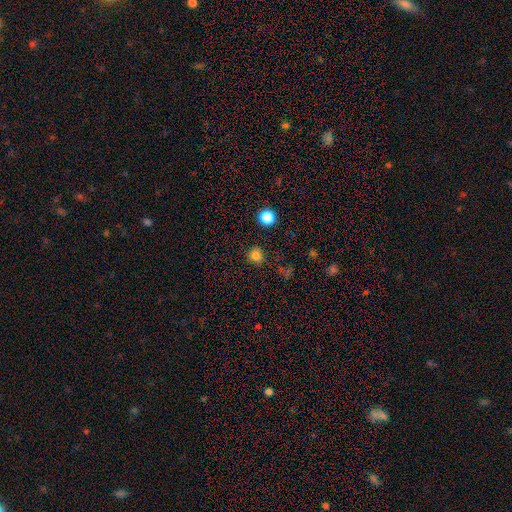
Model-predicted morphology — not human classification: A smooth galaxy with no disk features (78%) that is round (86%). Merging: none (85%).